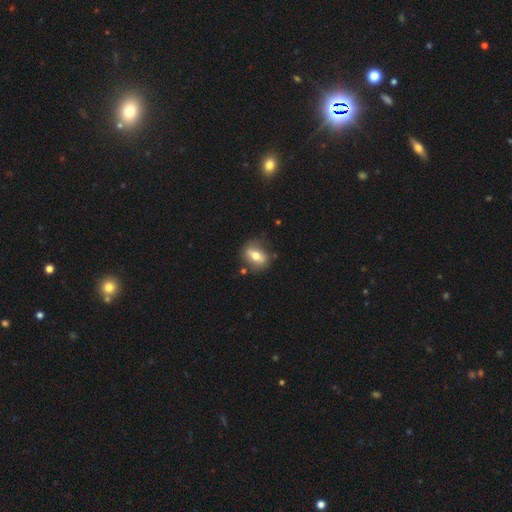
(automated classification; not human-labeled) smooth_or_featured: smooth (p=0.55) [alt: featured or disk p=0.37]
how_rounded: in between (p=0.61) [alt: round p=0.34]
merging: none (p=0.75) [alt: minor disturbance p=0.16]